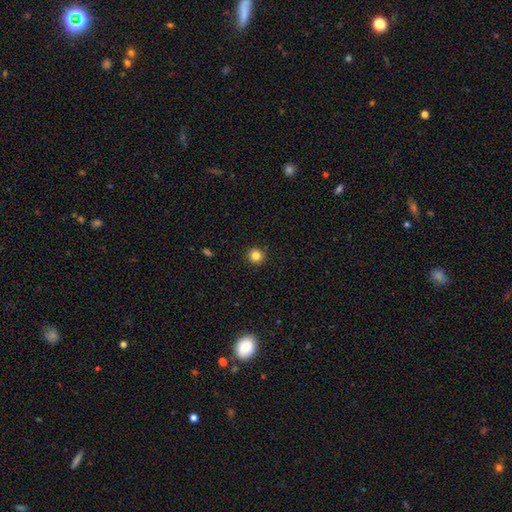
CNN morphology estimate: smooth 84%, star or artifact 12%, featured or disk 5%. Down the decision tree: how rounded — round (94%); merging — none (93%).